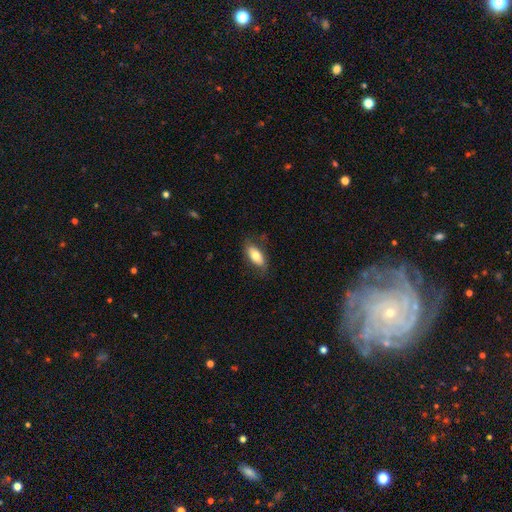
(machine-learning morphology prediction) Q: Smooth or featured?
A: smooth (73%); runner-up: featured or disk (21%)
Q: How rounded?
A: in between (87%); runner-up: cigar-shaped (10%)
Q: Merging?
A: none (76%); runner-up: minor disturbance (17%)